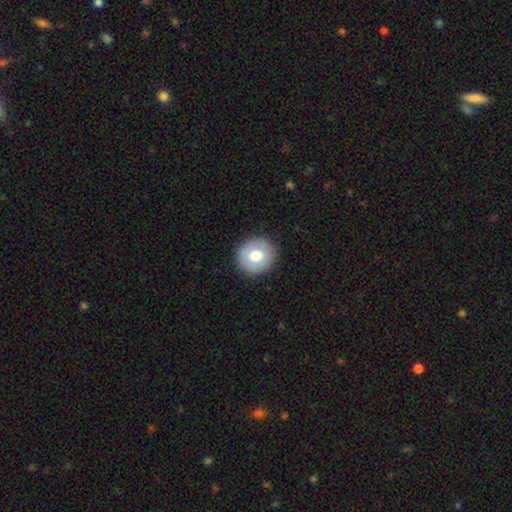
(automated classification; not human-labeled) The model was most divided on "smooth or featured": smooth: 70%, featured or disk: 22%, star or artifact: 8%. More confident: how rounded — round (91%); merging — none (90%).